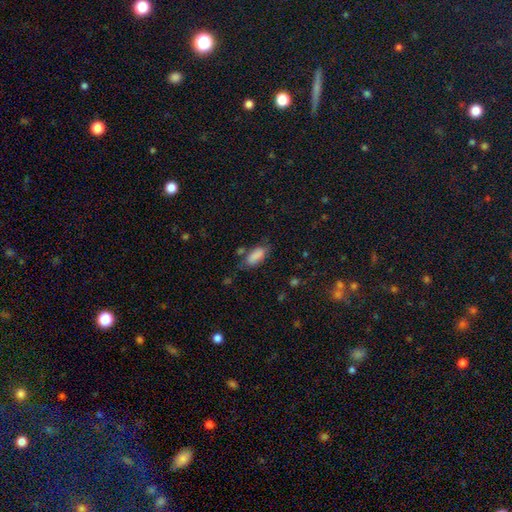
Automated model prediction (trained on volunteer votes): Smooth or featured? smooth (85%)
How rounded? in between (85%)
Merging? none (62%)